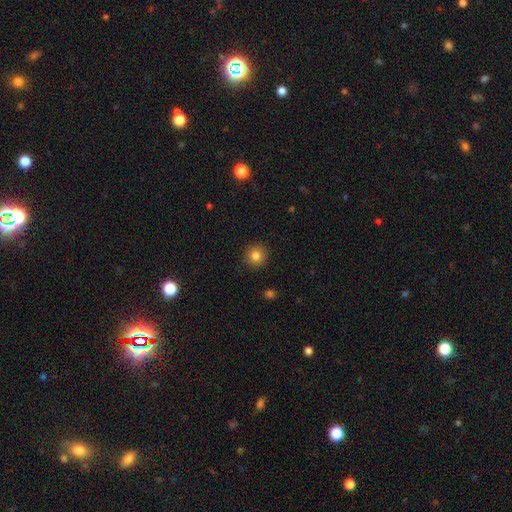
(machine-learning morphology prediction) This appears to be a smooth galaxy with no disk features (82%) that is round (94%). Merging: none (92%).